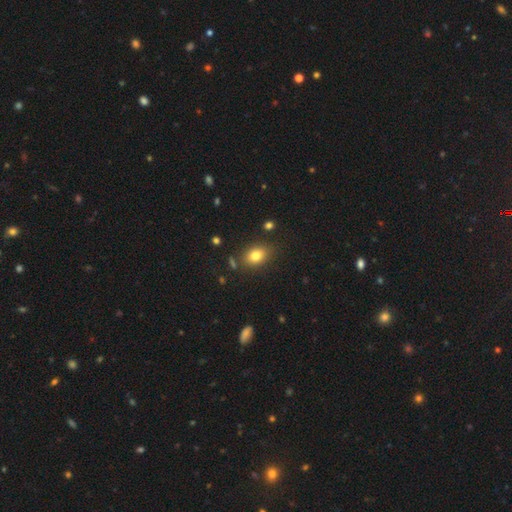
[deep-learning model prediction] Q: Smooth or featured?
A: smooth (80%); runner-up: star or artifact (11%)
Q: How rounded?
A: in between (72%); runner-up: round (27%)
Q: Merging?
A: none (80%); runner-up: minor disturbance (13%)